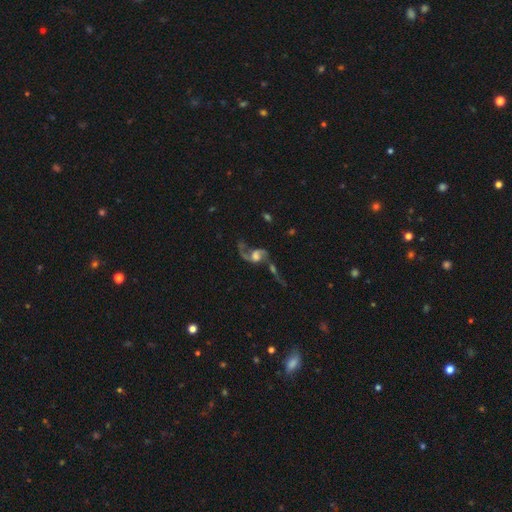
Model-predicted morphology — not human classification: This appears to be a featured or disk galaxy (79%) with no bar (52%), 2 (81%) loose (79%) spiral arms (91%) and a moderate central bulge (36%). Merging: merger (38%).